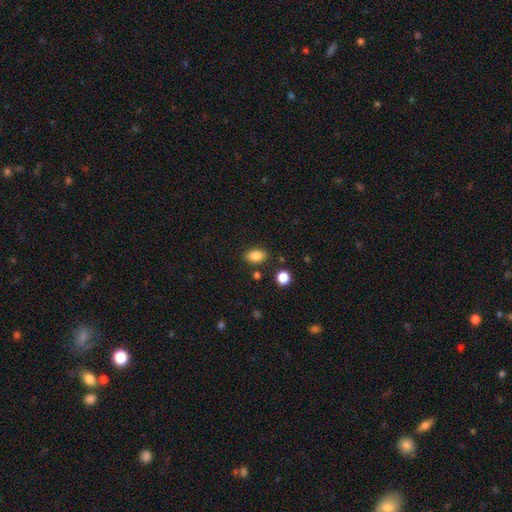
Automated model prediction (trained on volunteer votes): smooth 86%, star or artifact 9%, featured or disk 5%. Down the decision tree: how rounded — in between (86%); merging — none (83%).